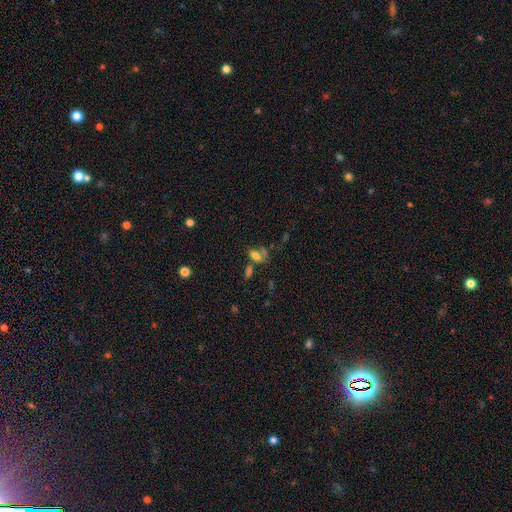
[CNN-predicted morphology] smooth-or-featured: smooth: 62% | featured or disk: 22% | star or artifact: 17%
  how-rounded: in between: 83% | round: 11% | cigar-shaped: 6%
  merging: none: 35% | merger: 30% | major disturbance: 18% | minor disturbance: 17%